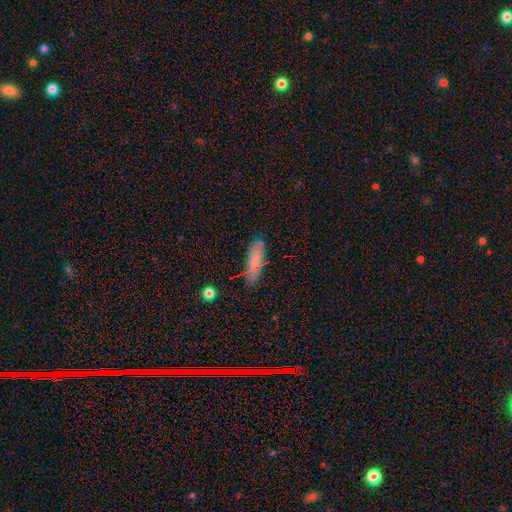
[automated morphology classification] This appears to be a smooth galaxy with no disk features (74%) that is in between round and cigar-shaped (50%). Merging: none (77%).